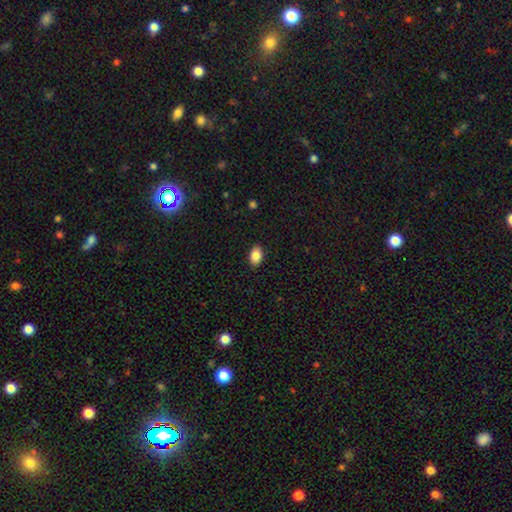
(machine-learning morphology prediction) smooth 86%, star or artifact 8%, featured or disk 6%. Down the decision tree: how rounded — in between (88%); merging — none (89%).